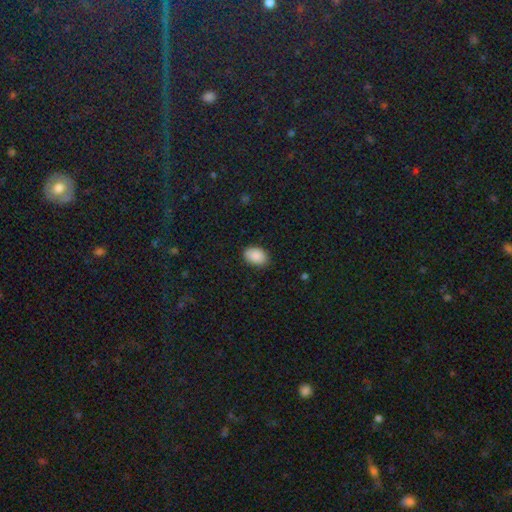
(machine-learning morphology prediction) Q: Smooth or featured?
A: smooth (89%); runner-up: star or artifact (7%)
Q: How rounded?
A: in between (88%); runner-up: round (11%)
Q: Merging?
A: none (87%); runner-up: minor disturbance (10%)